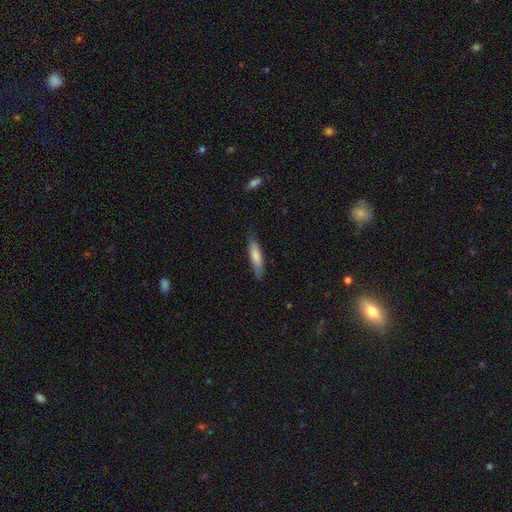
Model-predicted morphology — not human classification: smooth-or-featured: smooth: 77% | featured or disk: 18% | star or artifact: 5%
  how-rounded: cigar-shaped: 73% | in between: 25% | round: 1%
  merging: none: 79% | minor disturbance: 17% | major disturbance: 3% | merger: 1%